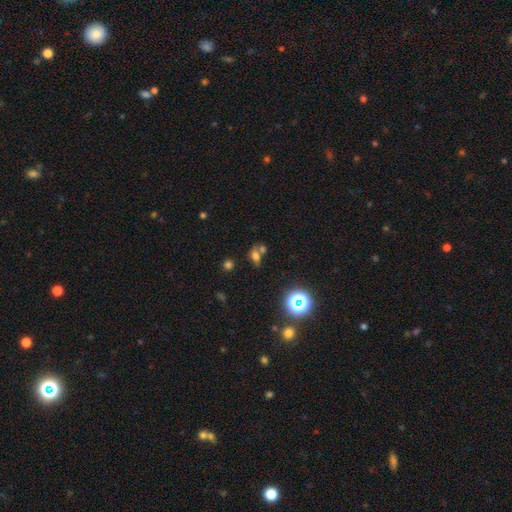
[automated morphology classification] Smooth or featured: smooth — 59% (star or artifact — 26%)
How rounded: in between — 67% (round — 28%)
Merging: none — 41% (tied with merger — 41%)